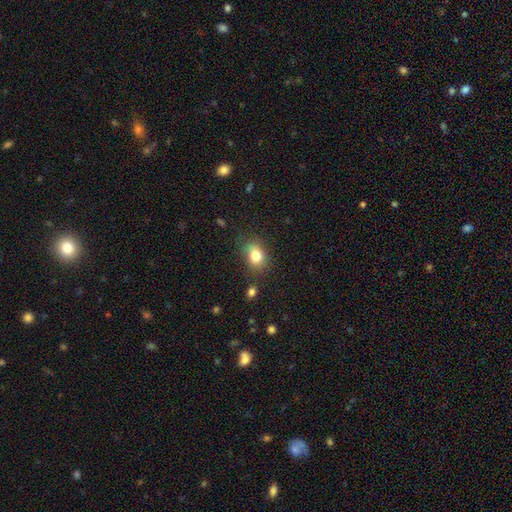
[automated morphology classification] Smooth or featured? Predicted: smooth (p=0.82). How rounded? Predicted: in between (p=0.67). Merging? Predicted: none (p=0.73).